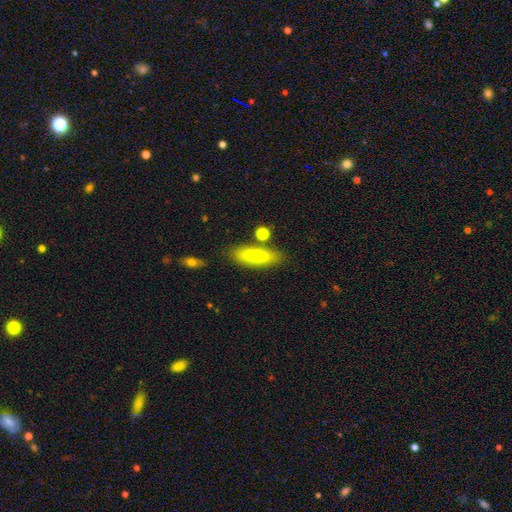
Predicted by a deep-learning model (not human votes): Smooth or featured? Predicted: smooth (p=0.80). How rounded? Predicted: cigar-shaped (p=0.52). Merging? Predicted: none (p=0.78).